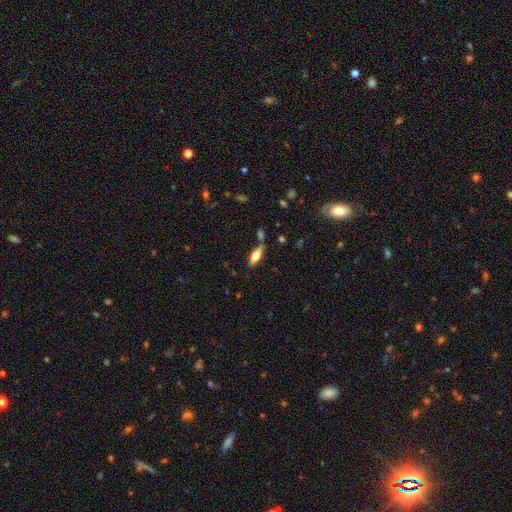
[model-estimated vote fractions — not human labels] Smooth or featured?
  - smooth: 61% *
  - featured or disk: 32%
  - star or artifact: 7%
How rounded?
  - in between: 60% *
  - cigar-shaped: 37%
  - round: 2%
Merging?
  - none: 75% *
  - minor disturbance: 14%
  - merger: 7%
  - major disturbance: 4%